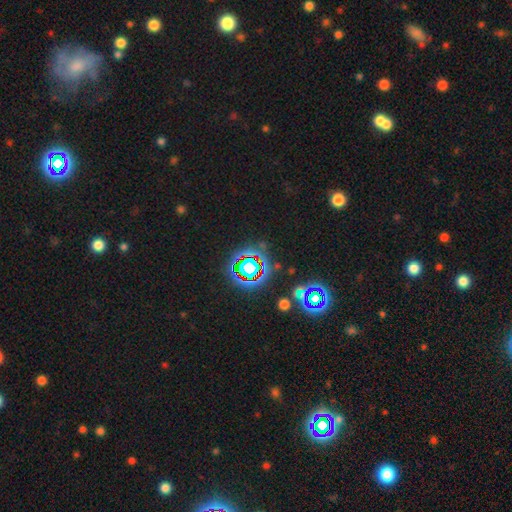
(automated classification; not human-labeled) This appears to be a star or artifact, not a galaxy (79%).